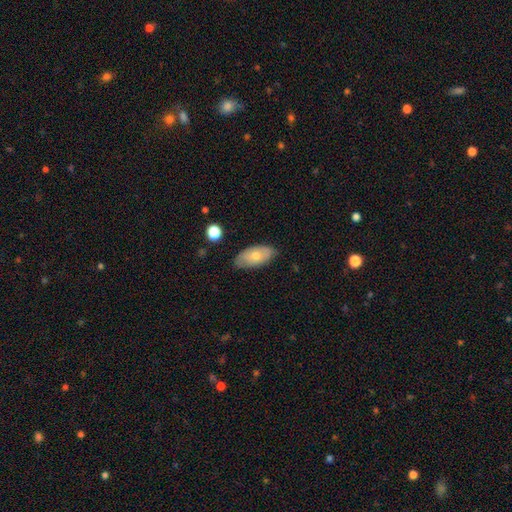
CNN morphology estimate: This appears to be a smooth galaxy with no disk features (70%) that is in between round and cigar-shaped (92%). Merging: none (76%).